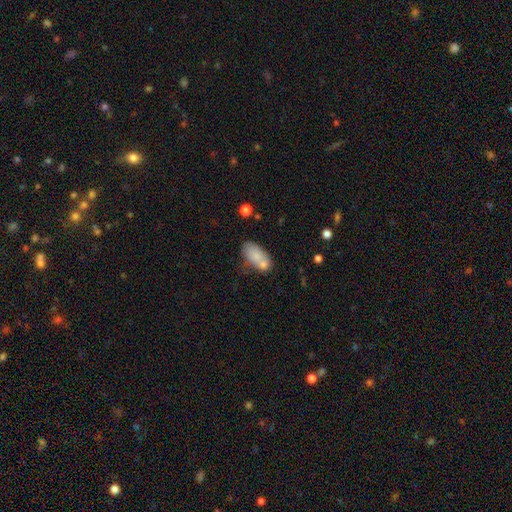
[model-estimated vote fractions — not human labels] Q: Smooth or featured?
A: smooth (76%); runner-up: featured or disk (16%)
Q: How rounded?
A: in between (89%); runner-up: cigar-shaped (7%)
Q: Merging?
A: none (44%); runner-up: merger (30%)